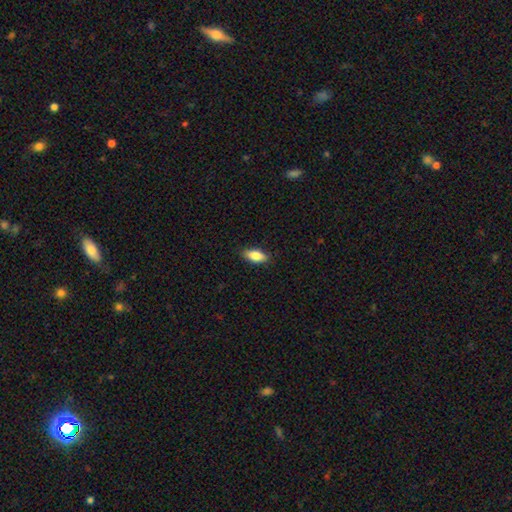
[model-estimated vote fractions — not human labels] Smooth or featured?
  - smooth: 83% *
  - featured or disk: 11%
  - star or artifact: 7%
How rounded?
  - in between: 85% *
  - cigar-shaped: 12%
  - round: 3%
Merging?
  - none: 87% *
  - minor disturbance: 10%
  - major disturbance: 2%
  - merger: 1%